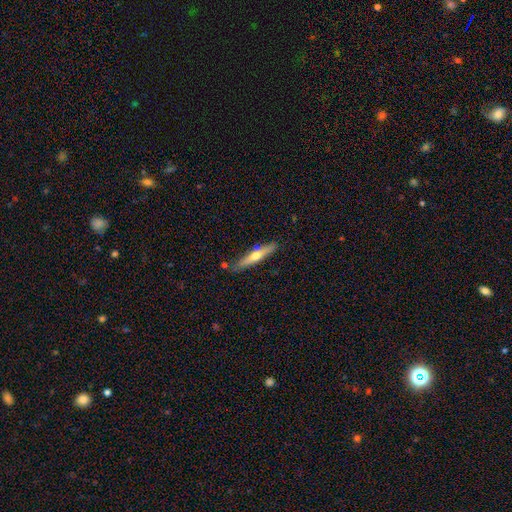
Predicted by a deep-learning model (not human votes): featured or disk 52%, smooth 42%, star or artifact 6%. Down the decision tree: edge-on disk — yes (93%); merging — none (80%).